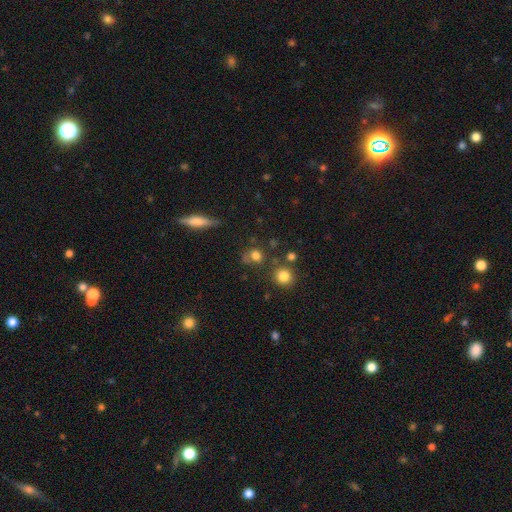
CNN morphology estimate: Smooth or featured? Predicted: smooth (p=0.75). How rounded? Predicted: round (p=0.77). Merging? Predicted: none (p=0.63).